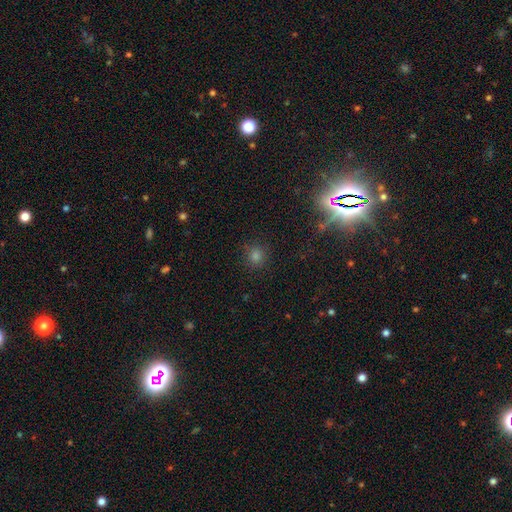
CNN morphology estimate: smooth_or_featured: smooth (p=0.63) [alt: star or artifact p=0.30]
how_rounded: round (p=0.87) [alt: in between p=0.11]
merging: none (p=0.88) [alt: minor disturbance p=0.07]